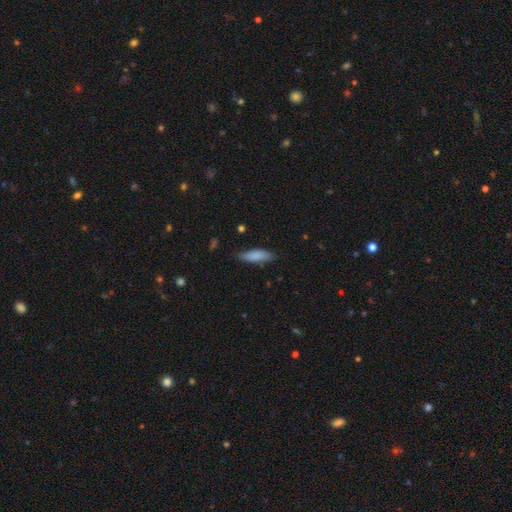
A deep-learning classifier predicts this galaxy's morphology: type=smooth (83%); roundness=cigar-shaped (55%); merging=none (80%).